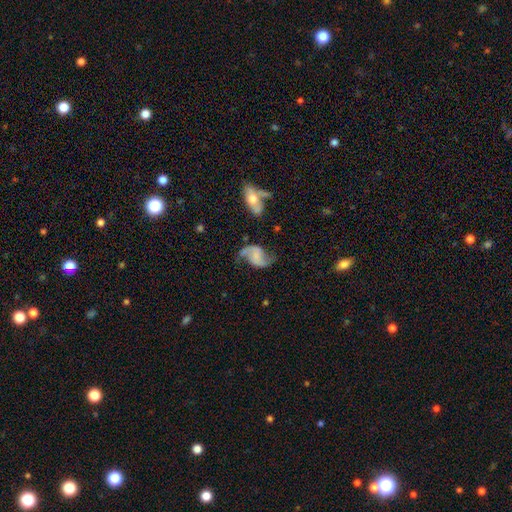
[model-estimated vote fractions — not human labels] Morphology: type=featured or disk (80%); edge-on=no (97%); bar=no (50%); spiral arms=yes (94%); winding=loose (65%); arm count=2 (91%); bulge=small (43%); merging=none (61%).